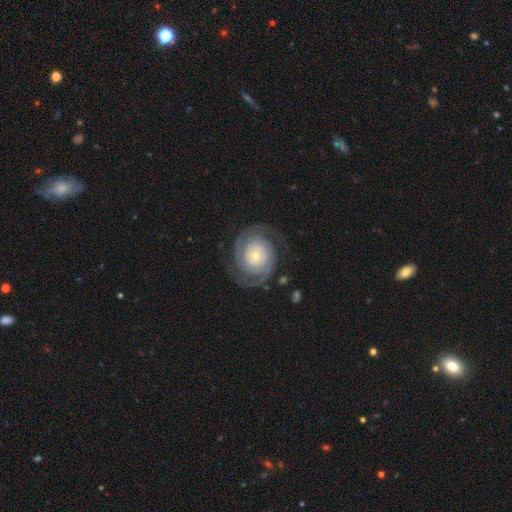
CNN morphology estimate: The model was most divided on "bulge size": small: 61%, moderate: 33%, large: 4%, dominant: 1%, none: 1%. More confident: edge-on disk — no (98%); spiral arms — yes (96%); smooth or featured — featured or disk (87%); merging — none (78%); bar — no (76%); spiral arm count — 2 (72%); spiral winding — tight (69%).